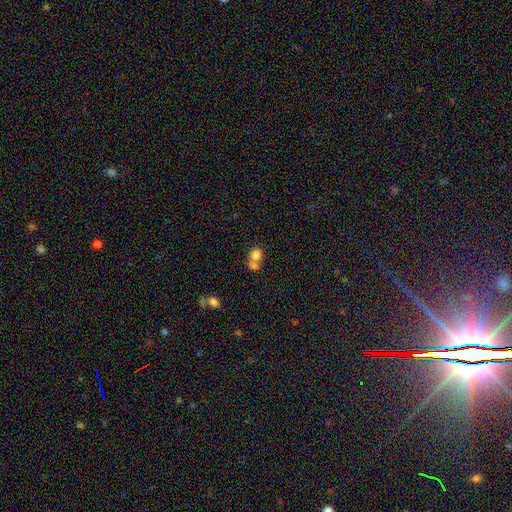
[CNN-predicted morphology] Q: Smooth or featured?
A: smooth (78%); runner-up: featured or disk (12%)
Q: How rounded?
A: round (79%); runner-up: in between (20%)
Q: Merging?
A: merger (58%); runner-up: none (33%)